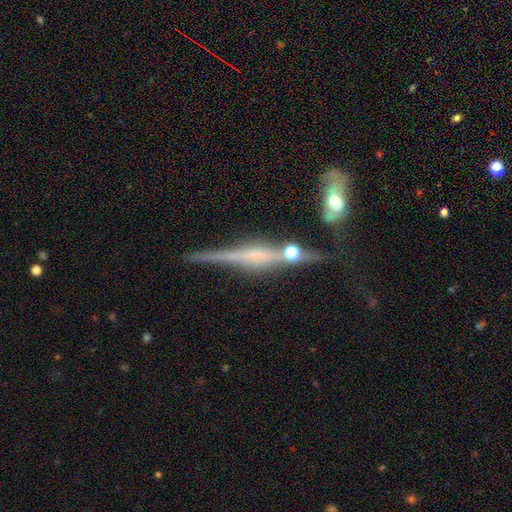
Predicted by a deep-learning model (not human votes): Smooth or featured? Predicted: featured or disk (p=0.74). Edge-on disk? Predicted: yes (p=0.95). Edge-on bulge? Predicted: rounded (p=0.42). Merging? Predicted: none (p=0.59).